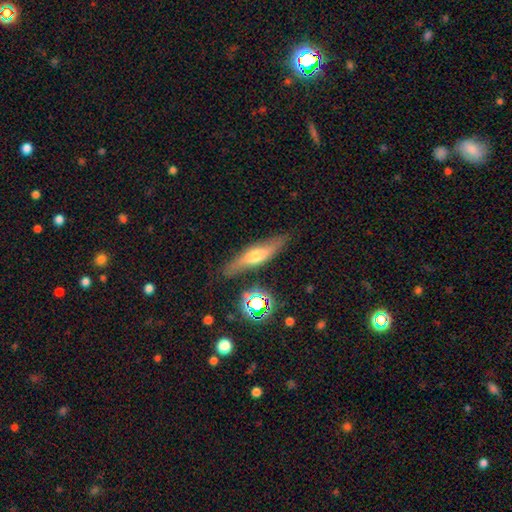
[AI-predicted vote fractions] Smooth or featured? Predicted: featured or disk (p=0.46). Merging? Predicted: none (p=0.83).